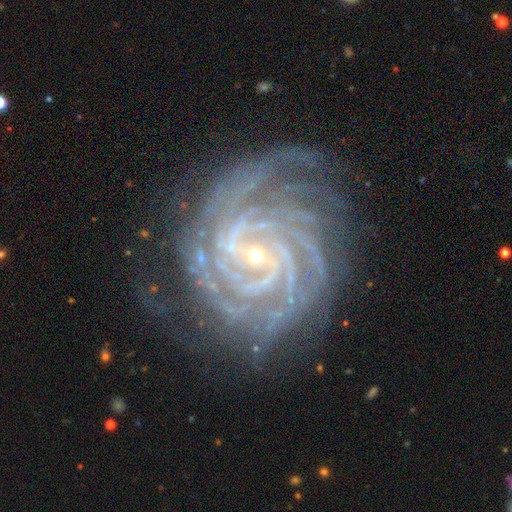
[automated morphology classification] smooth_or_featured: featured or disk (p=0.92) [alt: star or artifact p=0.05]
disk_edge_on: no (p=0.98) [alt: yes p=0.02]
bar: no (p=0.43) [alt: weak p=0.35]
has_spiral_arms: yes (p=0.99) [alt: no p=0.01]
spiral_winding: tight (p=0.78) [alt: medium p=0.20]
spiral_arm_count: 4 (p=0.30) [alt: more than 4 p=0.25]
bulge_size: small (p=0.85) [alt: moderate p=0.11]
merging: none (p=0.75) [alt: minor disturbance p=0.16]